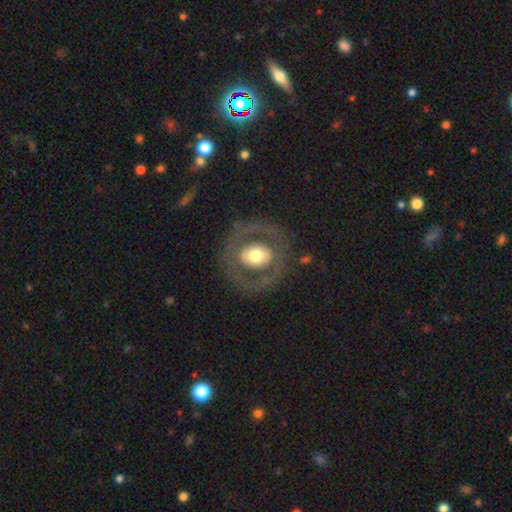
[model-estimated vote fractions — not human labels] The model was most divided on "smooth or featured": featured or disk: 54%, smooth: 40%, star or artifact: 6%. More confident: edge-on disk — no (94%); spiral arms — no (84%); merging — none (80%); bar — no (71%); bulge size — moderate (54%).